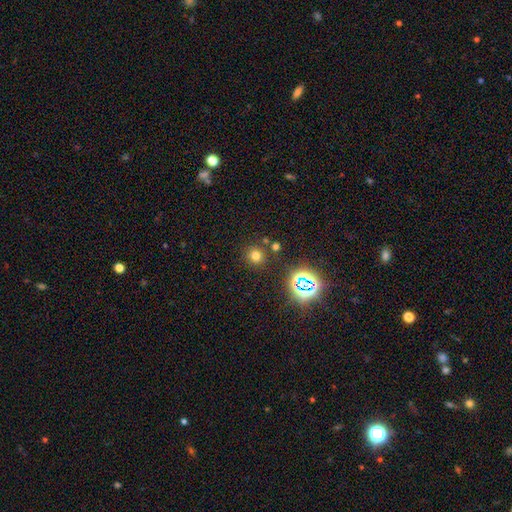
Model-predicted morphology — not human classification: Smooth or featured? smooth (69%)
How rounded? round (91%)
Merging? none (83%)